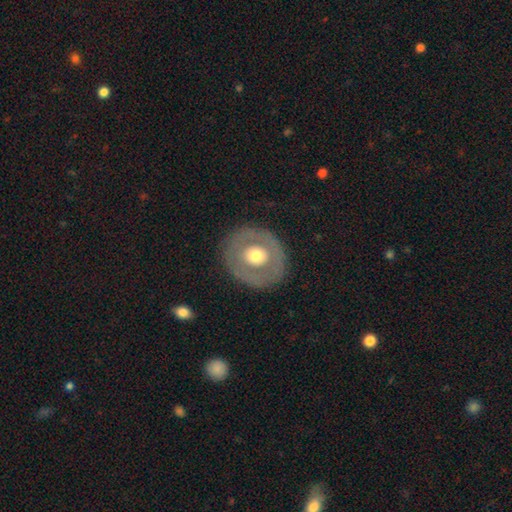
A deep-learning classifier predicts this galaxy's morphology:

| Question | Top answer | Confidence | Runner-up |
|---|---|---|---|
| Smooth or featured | featured or disk | 48% | smooth (46%) |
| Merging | none | 84% | minor disturbance (9%) |